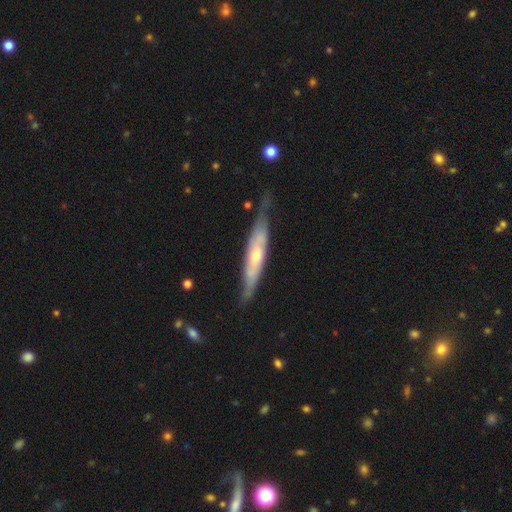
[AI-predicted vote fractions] smooth-or-featured: featured or disk: 64% | smooth: 31% | star or artifact: 5%
  disk-edge-on: yes: 66% | no: 34%
  merging: none: 61% | minor disturbance: 28% | major disturbance: 8% | merger: 2%